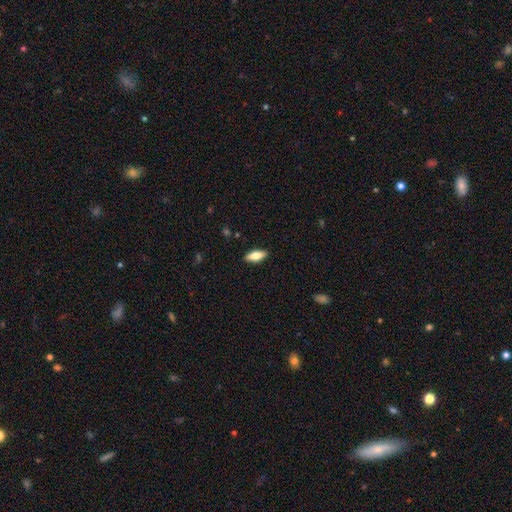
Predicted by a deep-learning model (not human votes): The model was most divided on "smooth or featured": smooth: 71%, featured or disk: 23%, star or artifact: 6%. More confident: merging — none (89%); how rounded — in between (73%).